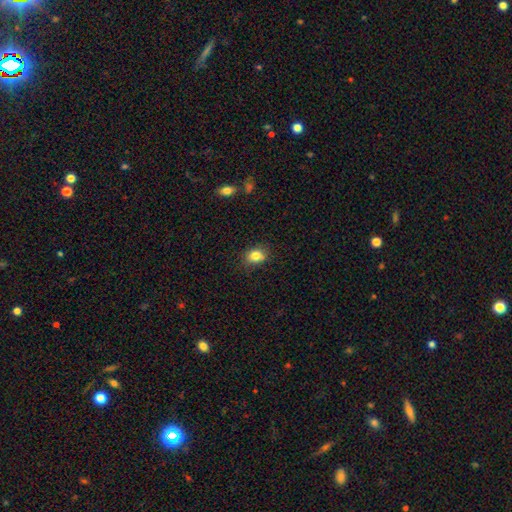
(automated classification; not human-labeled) Overall: smooth (82%). How rounded: in between (51%; round 48%). Merging: none (81%).